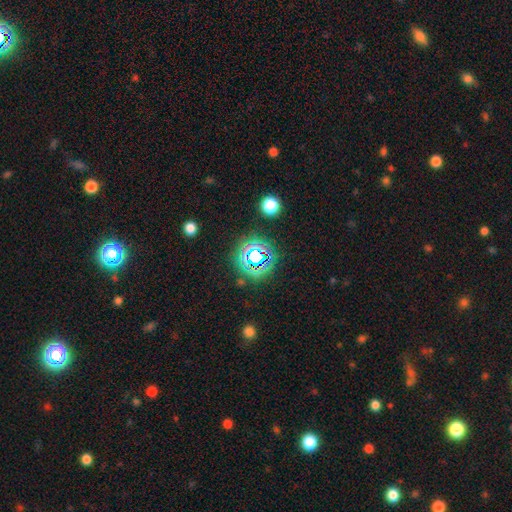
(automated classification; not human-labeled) Overall: star or artifact (66%).